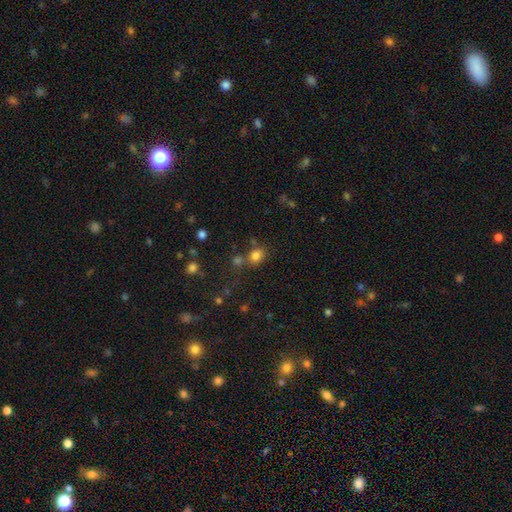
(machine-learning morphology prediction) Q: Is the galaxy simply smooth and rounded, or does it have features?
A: smooth — 80%.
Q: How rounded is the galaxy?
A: round — 51%.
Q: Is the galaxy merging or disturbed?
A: none — 65%.